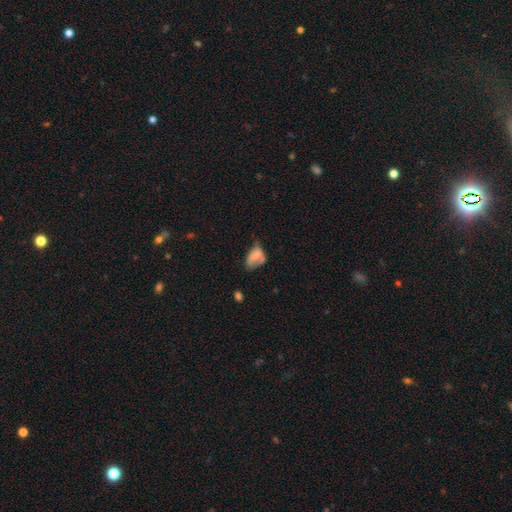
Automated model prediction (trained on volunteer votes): smooth-or-featured: smooth: 64% | featured or disk: 26% | star or artifact: 10%
  how-rounded: in between: 85% | round: 13% | cigar-shaped: 2%
  merging: minor disturbance: 32% | major disturbance: 28% | none: 25% | merger: 15%